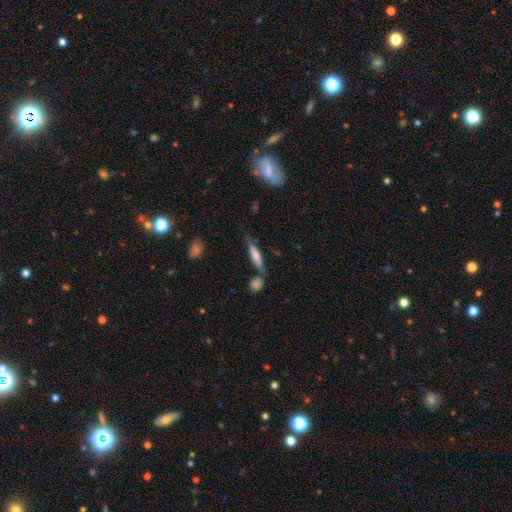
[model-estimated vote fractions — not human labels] This appears to be a smooth galaxy with no disk features (60%) that is cigar-shaped (80%). Merging: none (64%).